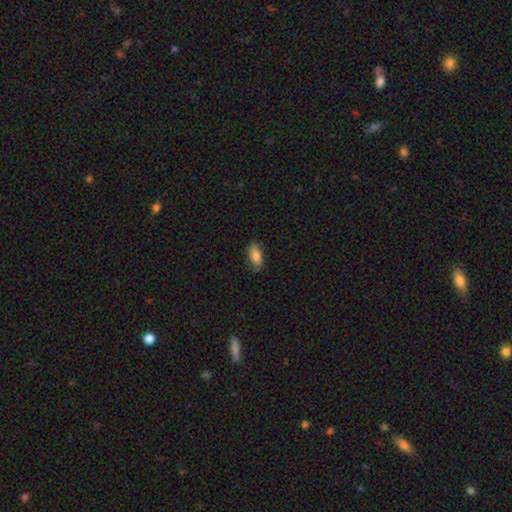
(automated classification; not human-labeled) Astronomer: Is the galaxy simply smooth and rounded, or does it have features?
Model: smooth — 79%.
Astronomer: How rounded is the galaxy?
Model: in between — 85%.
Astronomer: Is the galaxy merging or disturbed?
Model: none — 79%.